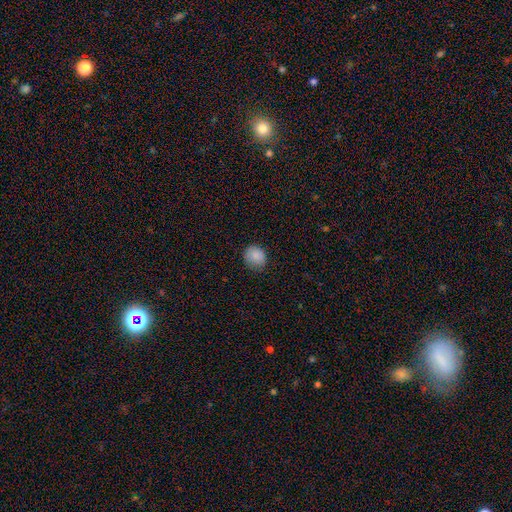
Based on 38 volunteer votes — This appears to be a smooth galaxy with no disk features (92%) that is round (69%). Merging: none (75%).